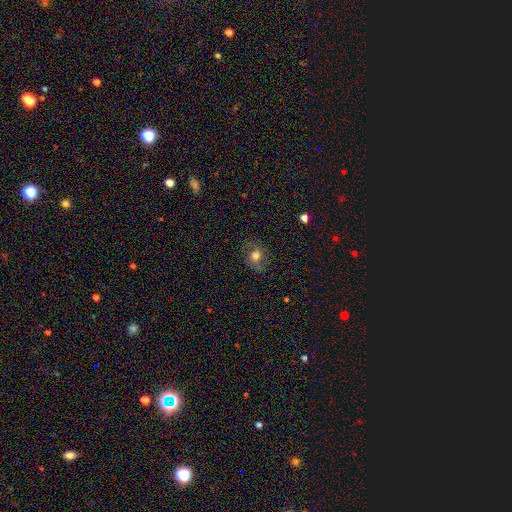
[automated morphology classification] Smooth or featured?
  - smooth: 64% *
  - featured or disk: 23%
  - star or artifact: 14%
How rounded?
  - round: 58% *
  - in between: 41%
  - cigar-shaped: 1%
Merging?
  - none: 74% *
  - minor disturbance: 17%
  - major disturbance: 8%
  - merger: 1%